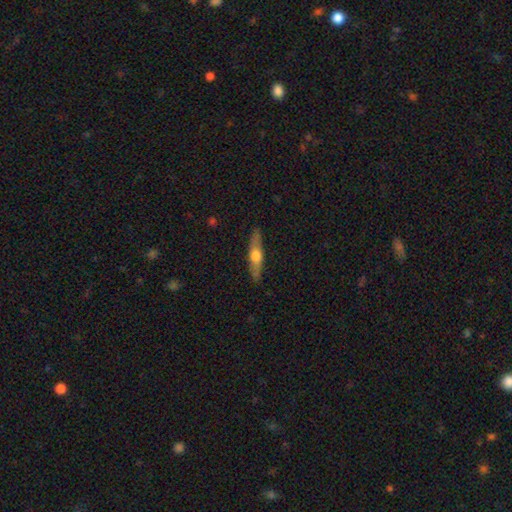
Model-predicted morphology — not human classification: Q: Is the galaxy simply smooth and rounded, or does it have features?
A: featured or disk — 53%.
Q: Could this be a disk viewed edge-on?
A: yes — 88%.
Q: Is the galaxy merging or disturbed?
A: none — 88%.